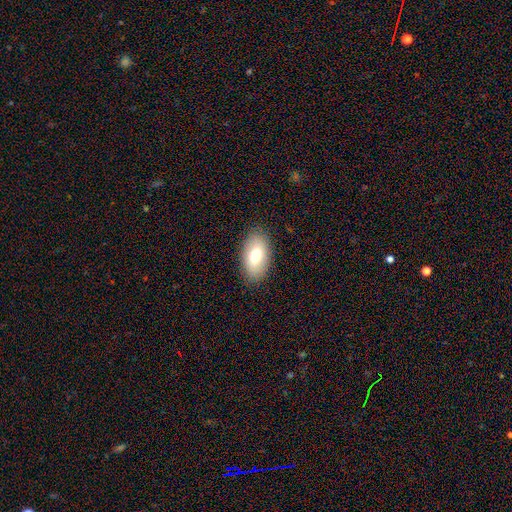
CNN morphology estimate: Smooth or featured: smooth — 76% (featured or disk — 17%)
How rounded: in between — 94% (round — 4%)
Merging: none — 87% (minor disturbance — 10%)